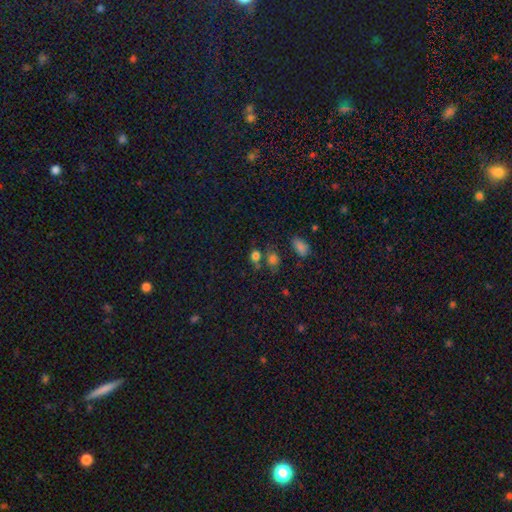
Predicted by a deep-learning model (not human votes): Smooth or featured?
  - smooth: 72% *
  - star or artifact: 19%
  - featured or disk: 9%
How rounded?
  - round: 51% *
  - in between: 47%
  - cigar-shaped: 2%
Merging?
  - none: 52% *
  - merger: 26%
  - minor disturbance: 15%
  - major disturbance: 7%